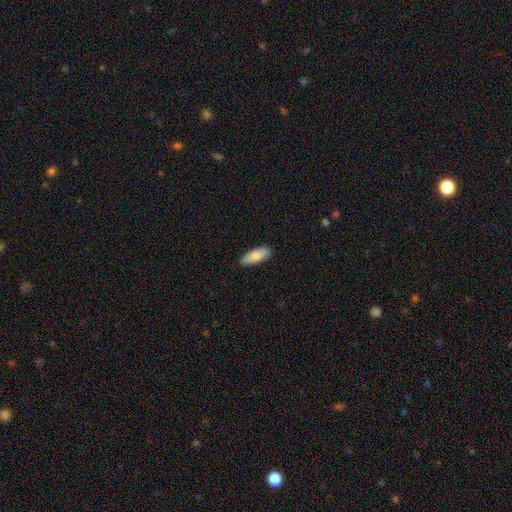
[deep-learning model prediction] The model was most divided on "how rounded": in between: 70%, cigar-shaped: 29%, round: 2%. More confident: merging — none (88%); smooth or featured — smooth (83%).